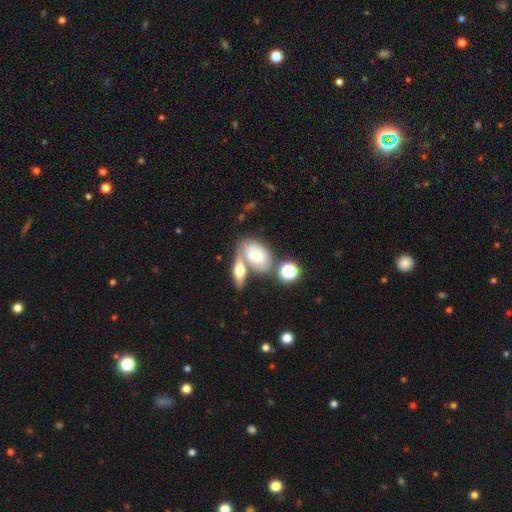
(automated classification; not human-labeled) The model was most divided on "merging": none: 40%, merger: 38%, minor disturbance: 15%, major disturbance: 6%. More confident: how rounded — in between (84%); smooth or featured — smooth (60%).